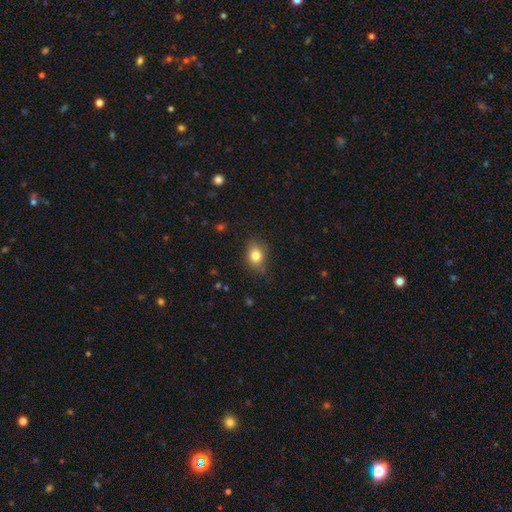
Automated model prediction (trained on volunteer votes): Smooth or featured: smooth — 81% (star or artifact — 10%)
How rounded: in between — 61% (round — 38%)
Merging: none — 79% (minor disturbance — 16%)